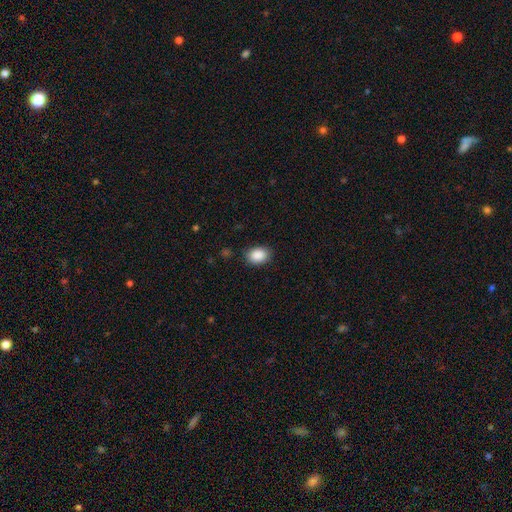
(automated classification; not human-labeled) Morphology: type=smooth (89%); roundness=in between (73%); merging=none (85%).